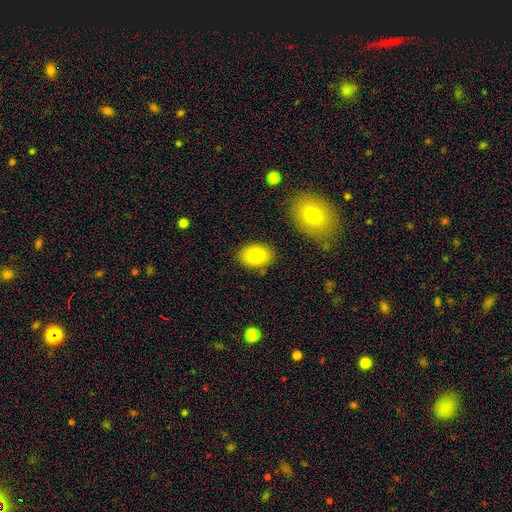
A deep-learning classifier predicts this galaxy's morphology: The model was most divided on "how rounded": in between: 74%, round: 24%, cigar-shaped: 1%. More confident: merging — none (84%); smooth or featured — smooth (79%).